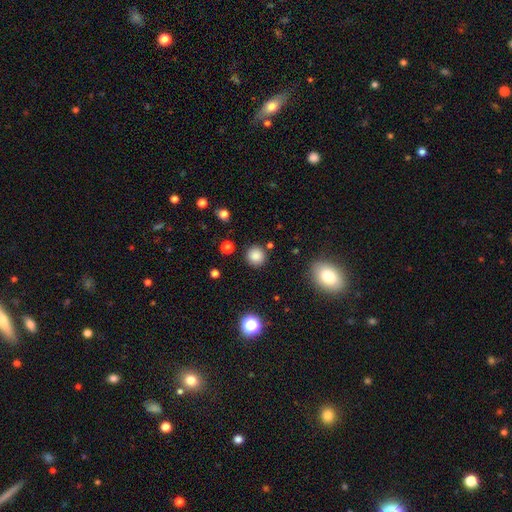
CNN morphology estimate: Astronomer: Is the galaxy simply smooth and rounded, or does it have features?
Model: smooth — 84%.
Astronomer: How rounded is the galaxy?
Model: round — 93%.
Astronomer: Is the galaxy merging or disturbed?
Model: none — 88%.